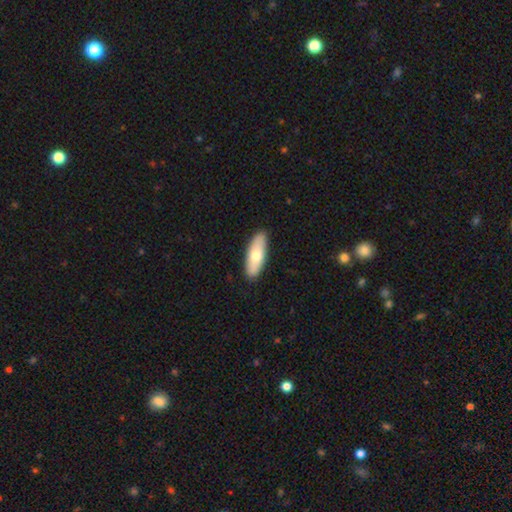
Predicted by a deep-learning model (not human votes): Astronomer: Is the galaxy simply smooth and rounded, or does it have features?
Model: smooth — 71%.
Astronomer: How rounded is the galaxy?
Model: in between — 59% (runner-up: cigar-shaped, 39%).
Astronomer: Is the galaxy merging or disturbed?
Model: none — 89%.